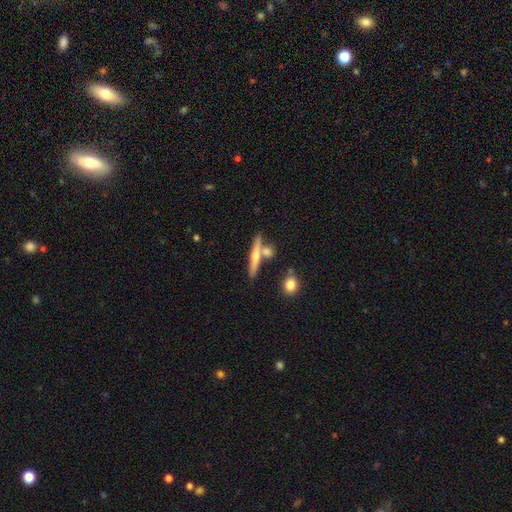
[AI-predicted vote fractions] Morphology: type=featured or disk (50%); edge-on=yes (93%); merging=none (68%).